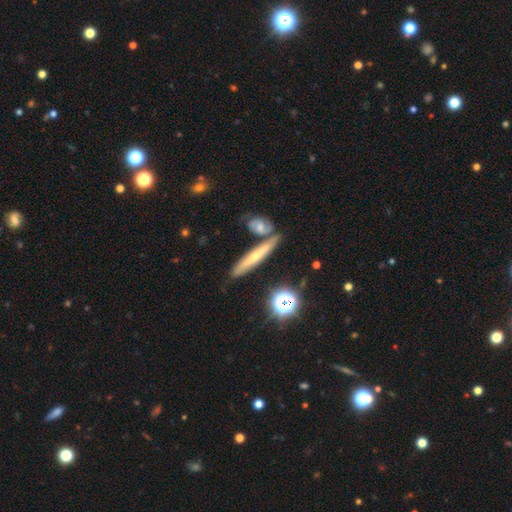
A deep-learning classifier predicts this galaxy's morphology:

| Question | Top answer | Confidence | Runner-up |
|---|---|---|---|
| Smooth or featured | featured or disk | 48% | smooth (41%) |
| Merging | none | 74% | merger (12%) |